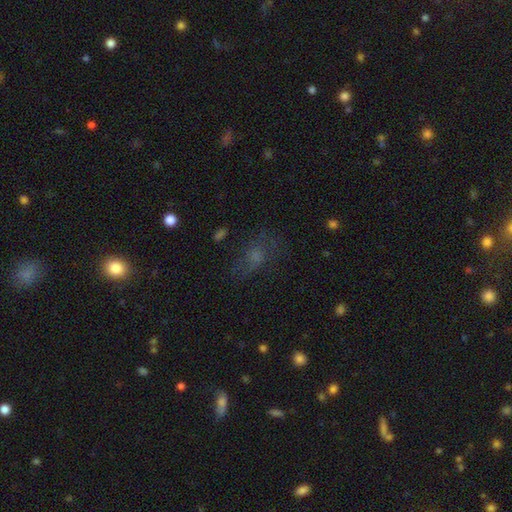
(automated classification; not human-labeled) The model was most divided on "smooth or featured": smooth: 46%, star or artifact: 28%, featured or disk: 26%. More confident: merging — none (59%).